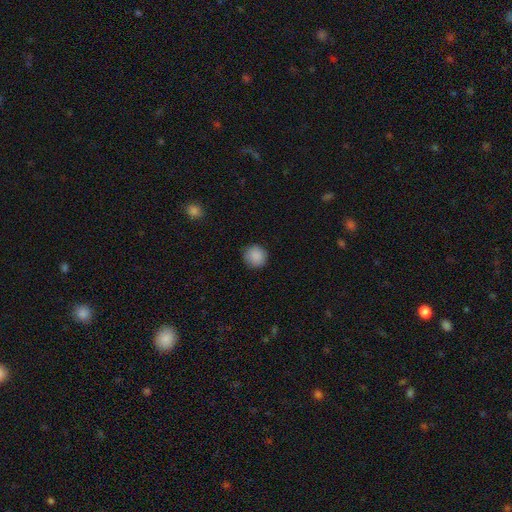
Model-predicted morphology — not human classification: Smooth or featured? Predicted: smooth (p=0.89). How rounded? Predicted: round (p=0.92). Merging? Predicted: none (p=0.88).